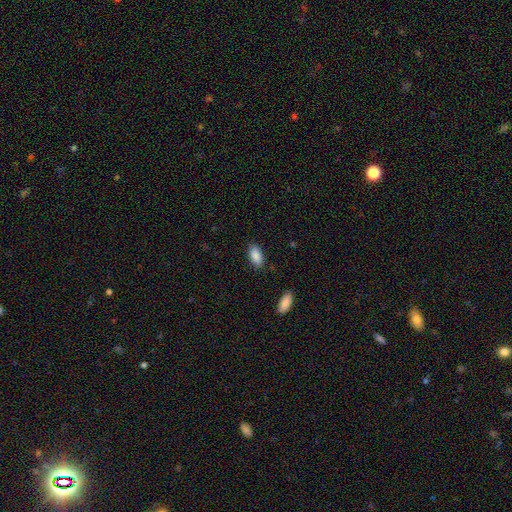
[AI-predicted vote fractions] Q: Smooth or featured?
A: smooth (89%); runner-up: star or artifact (7%)
Q: How rounded?
A: in between (92%); runner-up: cigar-shaped (6%)
Q: Merging?
A: none (85%); runner-up: minor disturbance (11%)